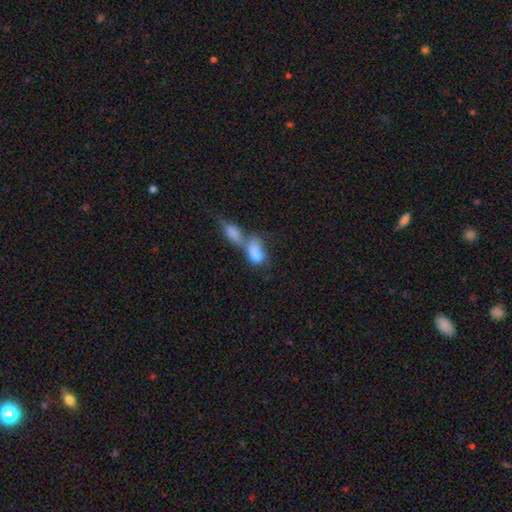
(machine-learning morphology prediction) type=smooth (75%); roundness=in between (75%); merging=merger (66%).